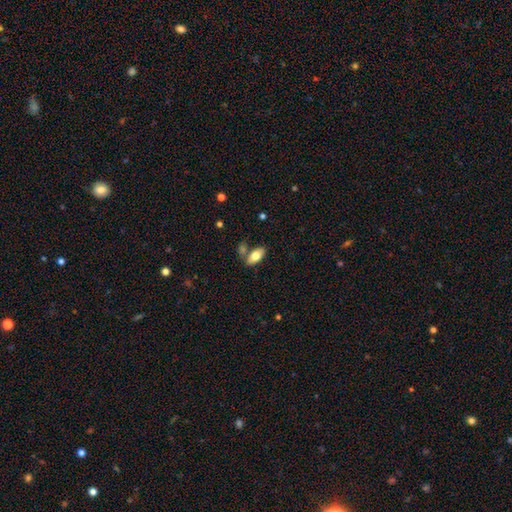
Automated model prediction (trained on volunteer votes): Smooth or featured?
  - smooth: 77% *
  - featured or disk: 17%
  - star or artifact: 6%
How rounded?
  - in between: 90% *
  - cigar-shaped: 7%
  - round: 3%
Merging?
  - none: 69% *
  - merger: 15%
  - minor disturbance: 13%
  - major disturbance: 3%